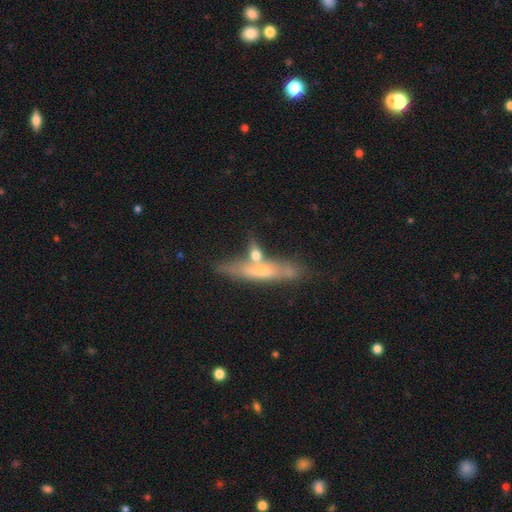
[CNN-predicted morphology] This appears to be a smooth galaxy with no disk features (46%, tied with featured or disk). Merging: none (44%).